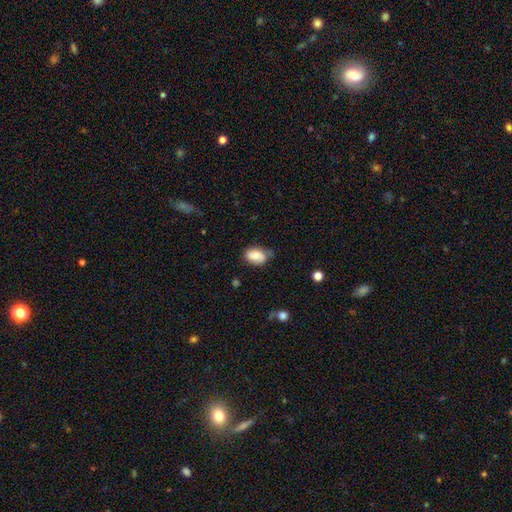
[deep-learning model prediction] Smooth or featured?
  - smooth: 75% *
  - featured or disk: 17%
  - star or artifact: 8%
How rounded?
  - in between: 86% *
  - round: 13%
  - cigar-shaped: 2%
Merging?
  - none: 55% *
  - minor disturbance: 33%
  - major disturbance: 8%
  - merger: 3%